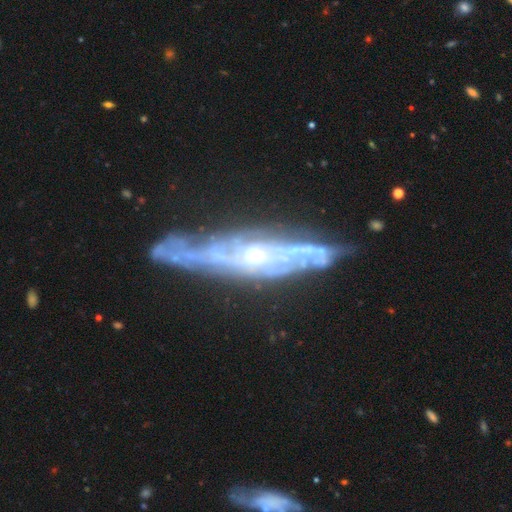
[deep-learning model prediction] Overall: featured or disk (86%). Edge-on disk: yes (53%; no 47%). Merging: none (68%).